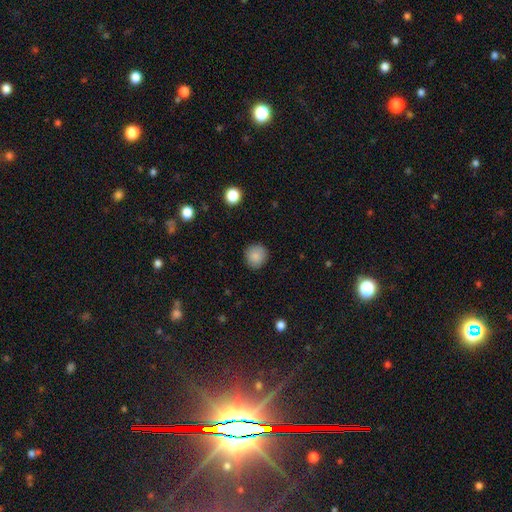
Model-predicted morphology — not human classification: Smooth or featured: smooth — 87% (star or artifact — 9%)
How rounded: round — 91% (in between — 8%)
Merging: none — 90% (minor disturbance — 7%)